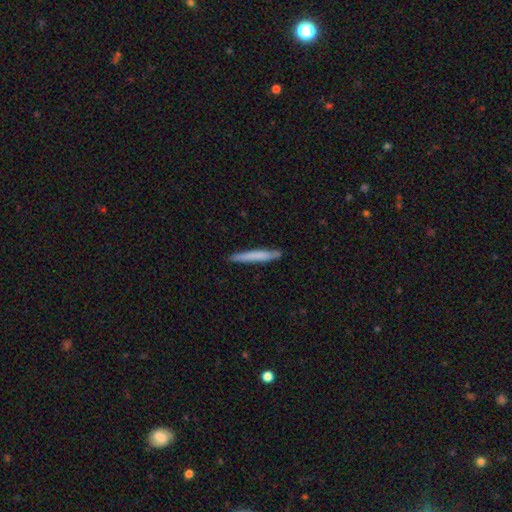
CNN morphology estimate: smooth 70%, featured or disk 24%, star or artifact 5%. Down the decision tree: how rounded — cigar-shaped (96%); merging — none (86%).